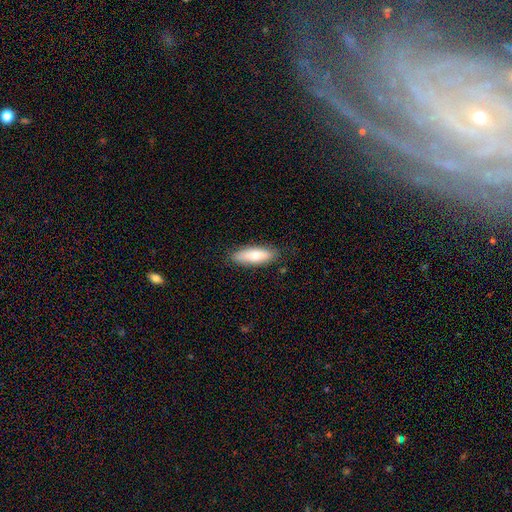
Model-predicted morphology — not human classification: type=smooth (73%); roundness=in between (62%); merging=none (85%).